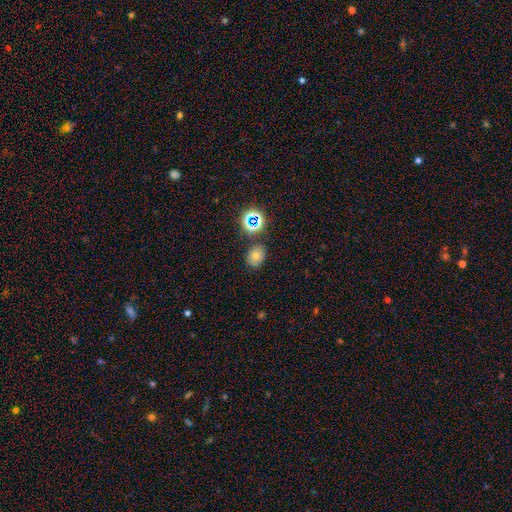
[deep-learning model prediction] A smooth galaxy with no disk features (58%) that is round (50%). Merging: none (80%).